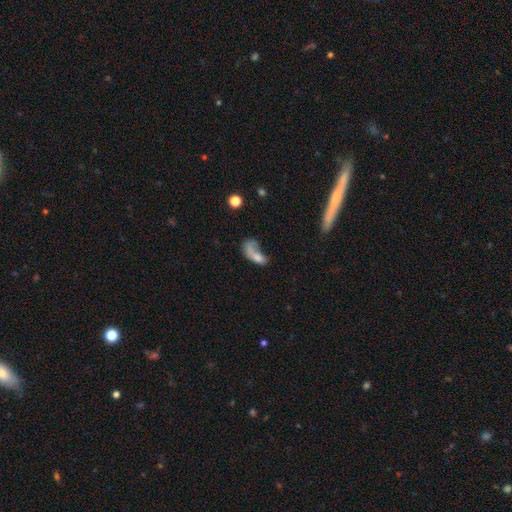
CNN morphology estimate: type=smooth (59%); roundness=in between (78%); merging=major disturbance (43%).